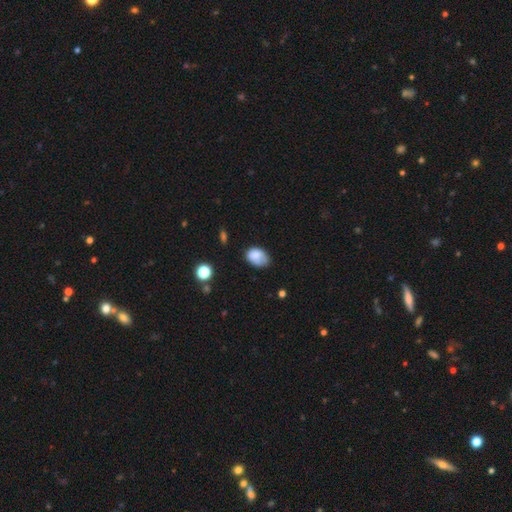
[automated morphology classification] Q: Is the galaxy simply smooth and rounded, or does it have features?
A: smooth — 78%.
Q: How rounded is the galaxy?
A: in between — 81%.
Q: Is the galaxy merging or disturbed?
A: none — 49%.